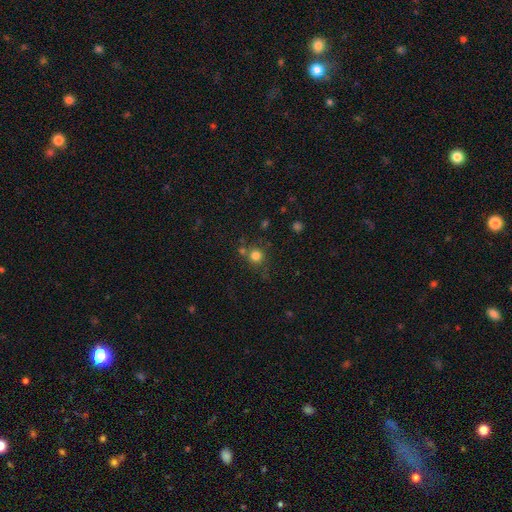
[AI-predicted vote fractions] Smooth or featured? Predicted: smooth (p=0.79). How rounded? Predicted: round (p=0.92). Merging? Predicted: none (p=0.71).